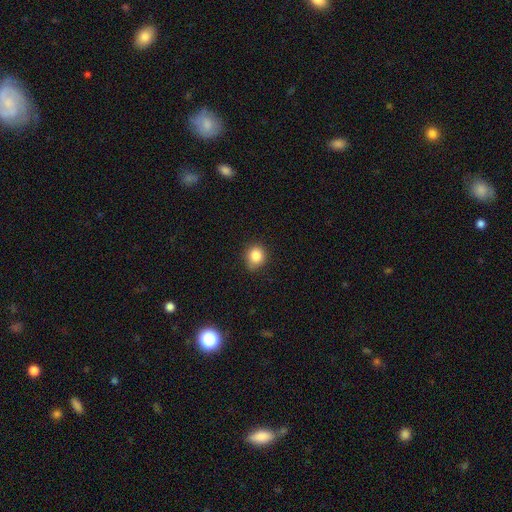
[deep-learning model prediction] A smooth galaxy with no disk features (85%) that is round (78%).

Vote fractions:
- Smooth or featured? smooth: 85% / star or artifact: 10% / featured or disk: 5%
- How rounded? round: 78% / in between: 21% / cigar-shaped: 1%
- Merging? none: 79% / minor disturbance: 17% / major disturbance: 3% / merger: 1%